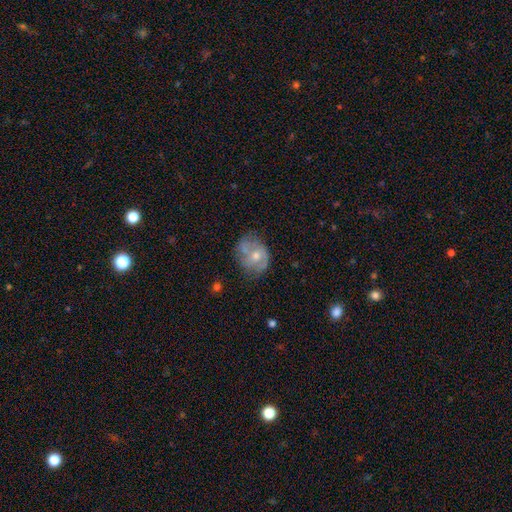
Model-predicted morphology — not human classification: Smooth or featured? Predicted: featured or disk (p=0.59). Edge-on disk? Predicted: no (p=0.97). Bar? Predicted: no (p=0.69). Spiral arms? Predicted: yes (p=0.67). Bulge size? Predicted: moderate (p=0.59). Merging? Predicted: none (p=0.61).